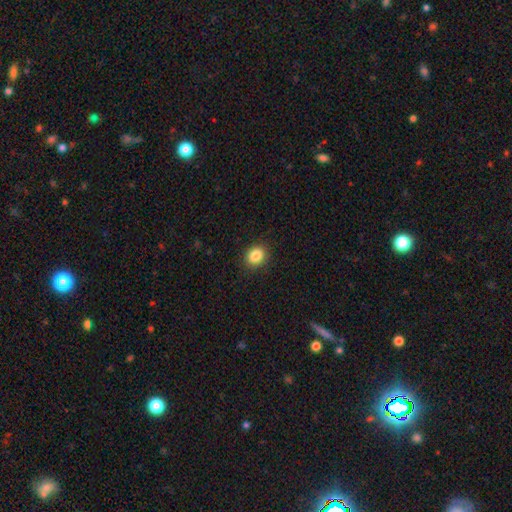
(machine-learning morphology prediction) Smooth or featured? Predicted: smooth (p=0.86). How rounded? Predicted: round (p=0.54). Merging? Predicted: none (p=0.89).